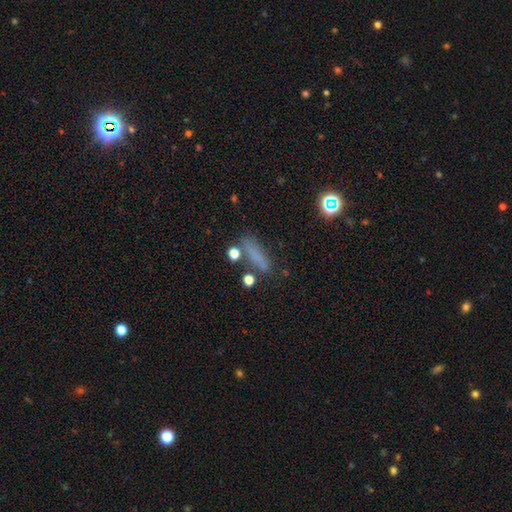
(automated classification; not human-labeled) Q: Smooth or featured?
A: smooth (68%); runner-up: star or artifact (18%)
Q: How rounded?
A: cigar-shaped (68%); runner-up: in between (26%)
Q: Merging?
A: none (70%); runner-up: minor disturbance (16%)